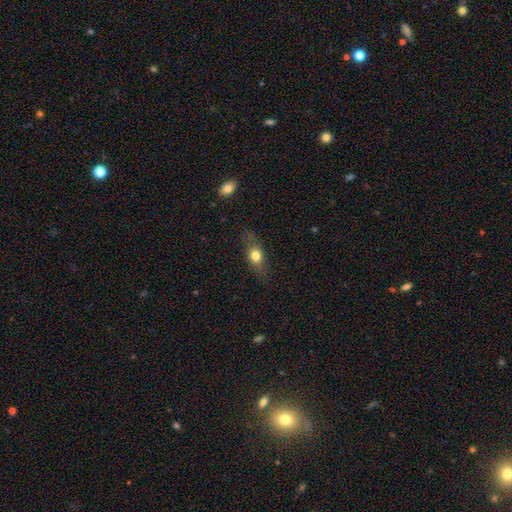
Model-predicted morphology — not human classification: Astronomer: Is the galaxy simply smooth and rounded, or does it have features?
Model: smooth — 65%.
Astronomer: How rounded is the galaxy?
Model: in between — 57%.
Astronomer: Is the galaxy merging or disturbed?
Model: none — 75%.